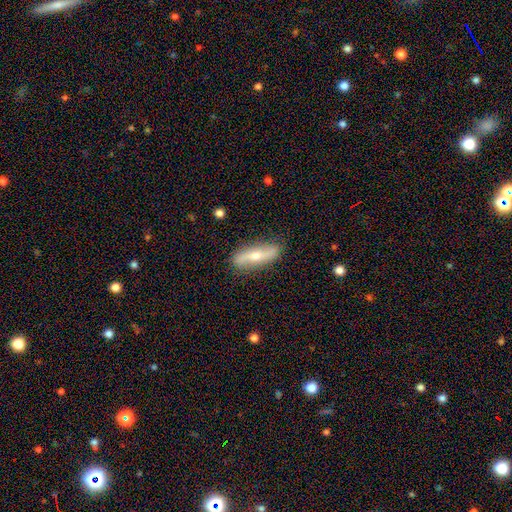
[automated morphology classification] Q: Smooth or featured?
A: featured or disk (64%); runner-up: smooth (30%)
Q: Edge-on disk?
A: no (64%); runner-up: yes (36%)
Q: Merging?
A: none (86%); runner-up: minor disturbance (11%)